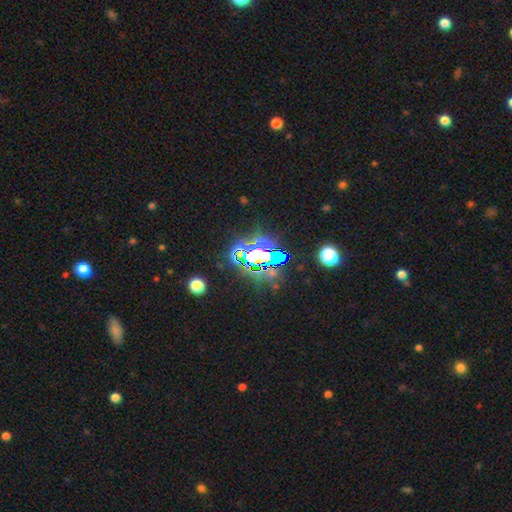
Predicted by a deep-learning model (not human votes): A star or artifact, not a galaxy (73%).